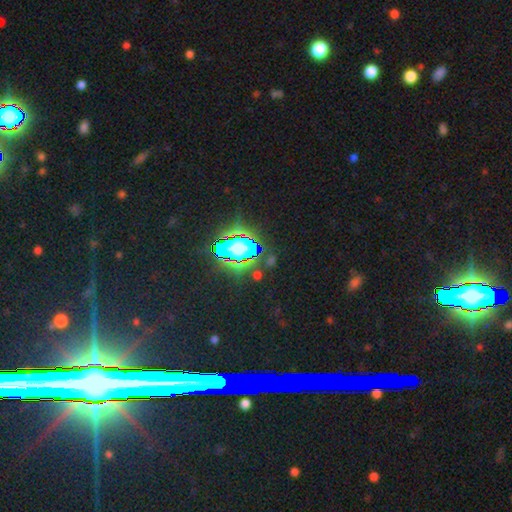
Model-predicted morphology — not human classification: A star or artifact, not a galaxy (82%).